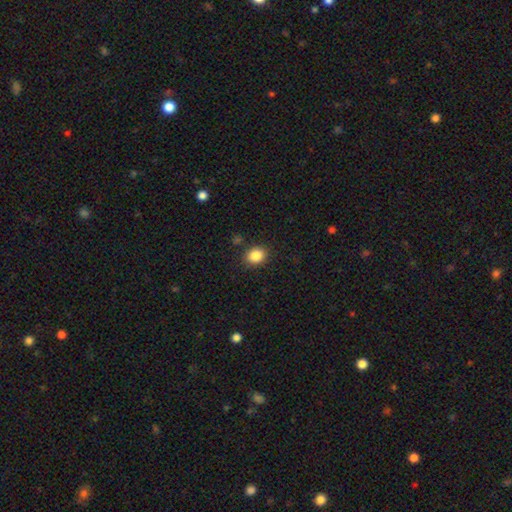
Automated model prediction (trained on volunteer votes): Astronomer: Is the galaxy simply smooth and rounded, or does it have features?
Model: smooth — 85%.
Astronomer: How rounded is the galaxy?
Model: round — 54% (runner-up: in between, 45%).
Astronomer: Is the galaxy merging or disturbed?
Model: none — 86%.